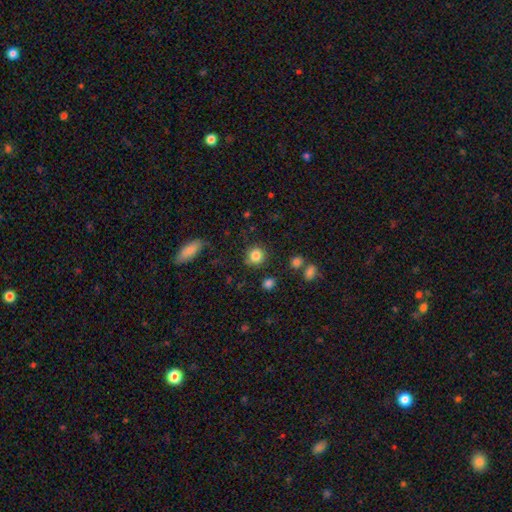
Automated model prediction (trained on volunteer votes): Smooth or featured: smooth — 84% (star or artifact — 10%)
How rounded: round — 90% (in between — 9%)
Merging: none — 84% (minor disturbance — 10%)